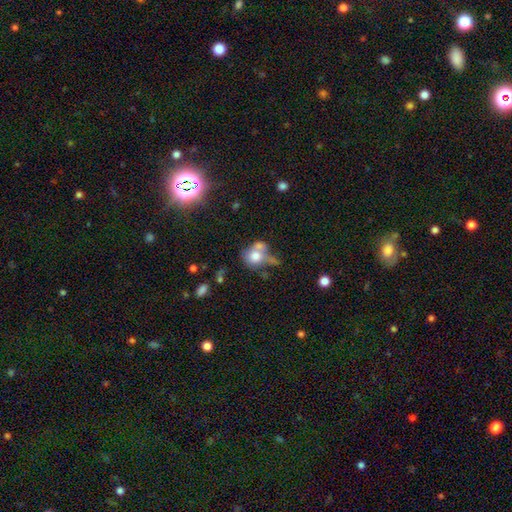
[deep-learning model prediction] The model was most divided on "merging": merger: 46%, none: 28%, minor disturbance: 14%, major disturbance: 12%. More confident: smooth or featured — smooth (70%); how rounded — round (66%).